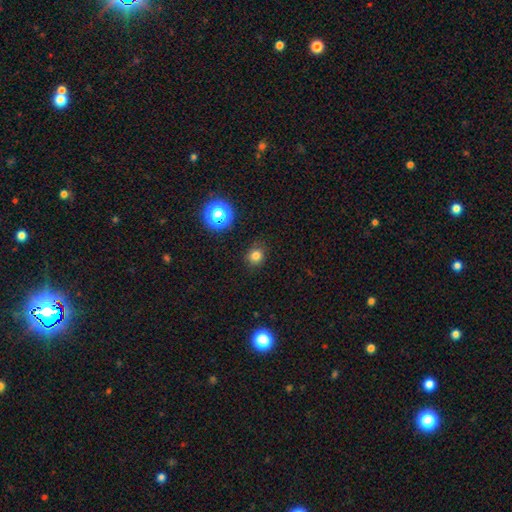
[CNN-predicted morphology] A smooth galaxy with no disk features (79%) that is round (88%).

Vote fractions:
- Smooth or featured? smooth: 79% / star or artifact: 16% / featured or disk: 5%
- How rounded? round: 88% / in between: 11% / cigar-shaped: 1%
- Merging? none: 88% / minor disturbance: 8% / major disturbance: 2% / merger: 1%